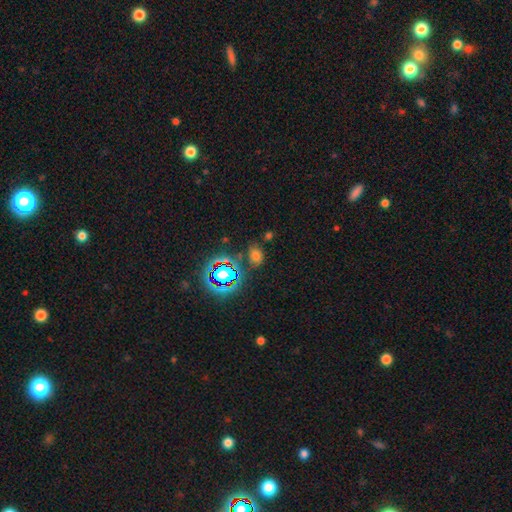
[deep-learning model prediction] This appears to be a smooth galaxy with no disk features (55%) that is in between round and cigar-shaped (63%). Merging: none (72%).